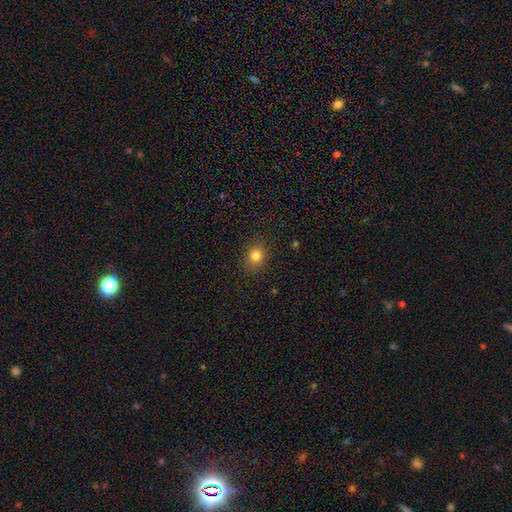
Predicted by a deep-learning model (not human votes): This appears to be a smooth galaxy with no disk features (80%) that is round (64%). Merging: none (88%).